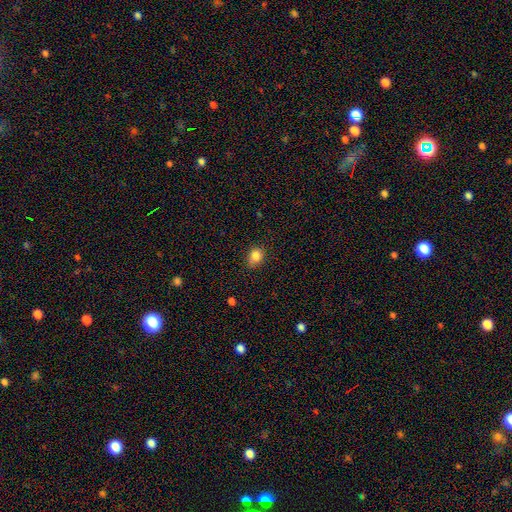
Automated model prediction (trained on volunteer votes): smooth 84%, star or artifact 11%, featured or disk 5%. Down the decision tree: how rounded — round (58%); merging — none (73%).